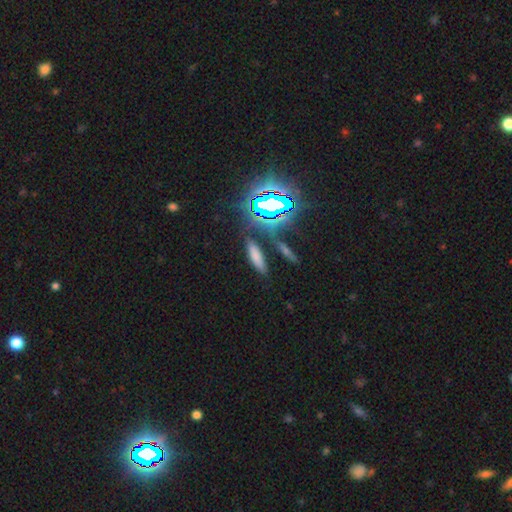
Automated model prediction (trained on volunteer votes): Overall: smooth (64%; star or artifact 25%). How rounded: cigar-shaped (55%; in between 41%). Merging: none (82%).